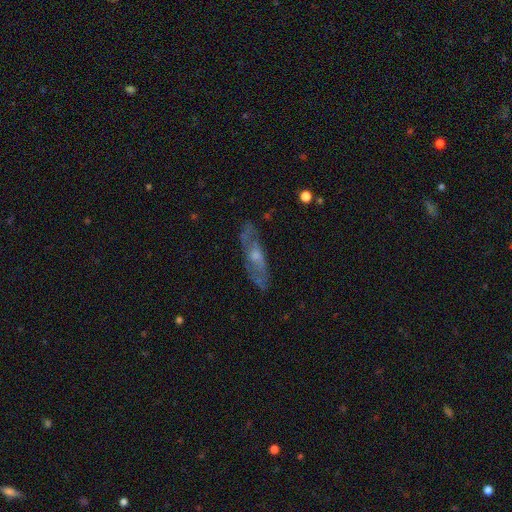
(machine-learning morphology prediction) Smooth or featured: featured or disk — 66% (smooth — 26%)
Edge-on disk: no — 64% (yes — 36%)
Merging: none — 72% (minor disturbance — 18%)